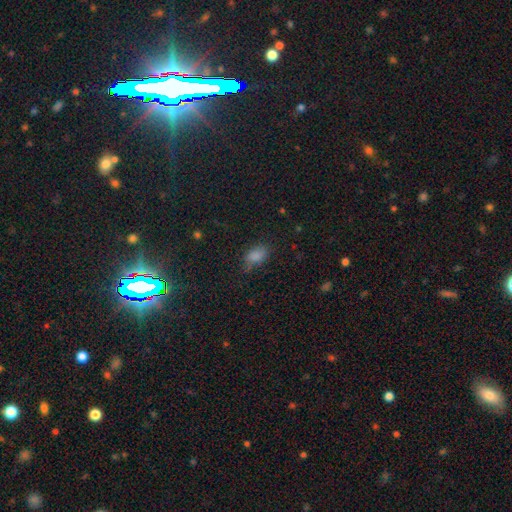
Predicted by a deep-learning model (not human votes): Smooth or featured?
  - smooth: 81% *
  - star or artifact: 12%
  - featured or disk: 7%
How rounded?
  - in between: 88% *
  - round: 10%
  - cigar-shaped: 3%
Merging?
  - none: 60% *
  - minor disturbance: 28%
  - major disturbance: 10%
  - merger: 2%